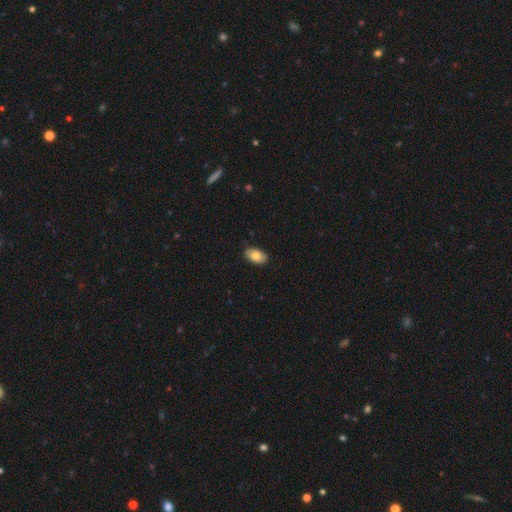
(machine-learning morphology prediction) Smooth or featured?
  - smooth: 80% *
  - featured or disk: 14%
  - star or artifact: 7%
How rounded?
  - in between: 93% *
  - round: 6%
  - cigar-shaped: 1%
Merging?
  - none: 87% *
  - minor disturbance: 10%
  - major disturbance: 2%
  - merger: 1%